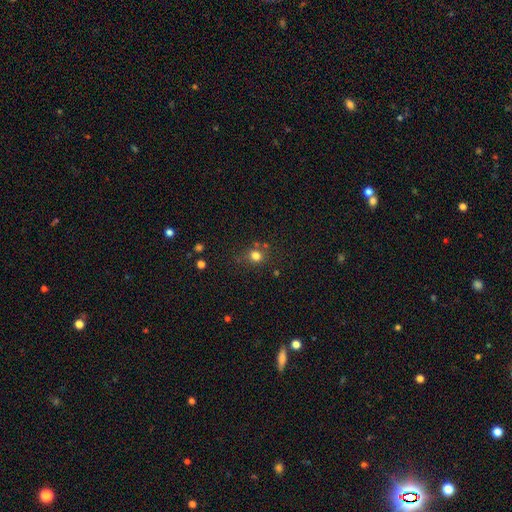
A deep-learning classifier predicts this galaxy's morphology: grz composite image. It shows a smooth galaxy with no disk features (78%) that is round (81%). Merging: none (74%).